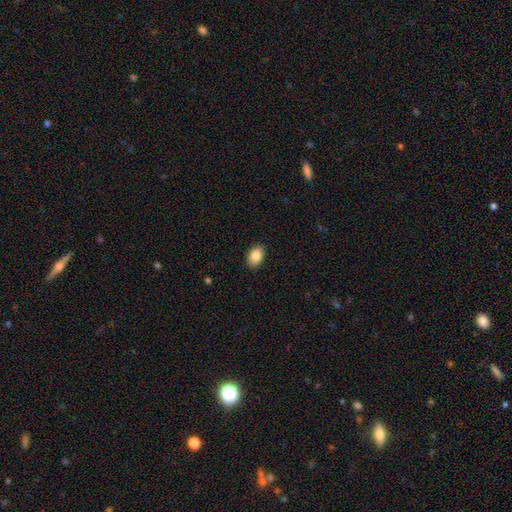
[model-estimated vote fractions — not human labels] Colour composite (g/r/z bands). It shows a smooth galaxy with no disk features (86%) that is in between round and cigar-shaped (87%). Merging: none (89%).